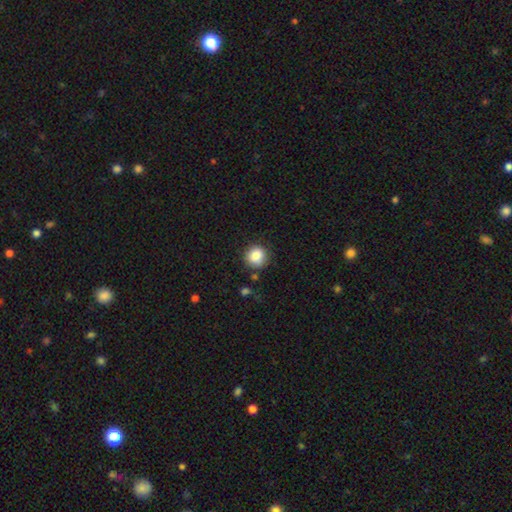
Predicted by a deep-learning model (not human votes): smooth 86%, star or artifact 9%, featured or disk 5%. Down the decision tree: how rounded — round (90%); merging — none (83%).